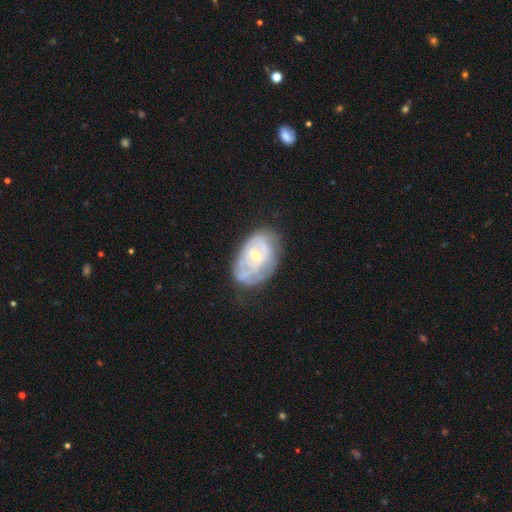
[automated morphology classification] Q: Smooth or featured?
A: featured or disk (66%); runner-up: smooth (27%)
Q: Edge-on disk?
A: no (96%); runner-up: yes (4%)
Q: Bar?
A: no (78%); runner-up: weak (18%)
Q: Spiral arms?
A: yes (55%); runner-up: no (45%)
Q: Bulge size?
A: small (61%); runner-up: moderate (35%)
Q: Merging?
A: none (56%); runner-up: minor disturbance (28%)